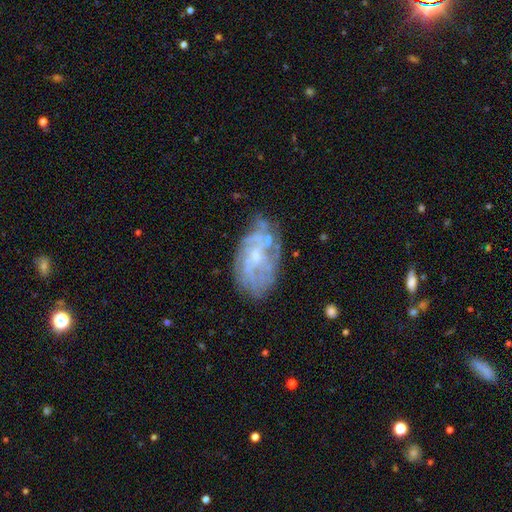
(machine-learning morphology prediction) smooth_or_featured: featured or disk (p=0.73) [alt: smooth p=0.18]
disk_edge_on: no (p=0.96) [alt: yes p=0.04]
bar: no (p=0.63) [alt: weak p=0.32]
has_spiral_arms: yes (p=0.73) [alt: no p=0.27]
spiral_winding: tight (p=0.53) [alt: medium p=0.33]
spiral_arm_count: can't tell (p=0.55) [alt: 2 p=0.14]
bulge_size: small (p=0.59) [alt: moderate p=0.26]
merging: none (p=0.62) [alt: minor disturbance p=0.23]